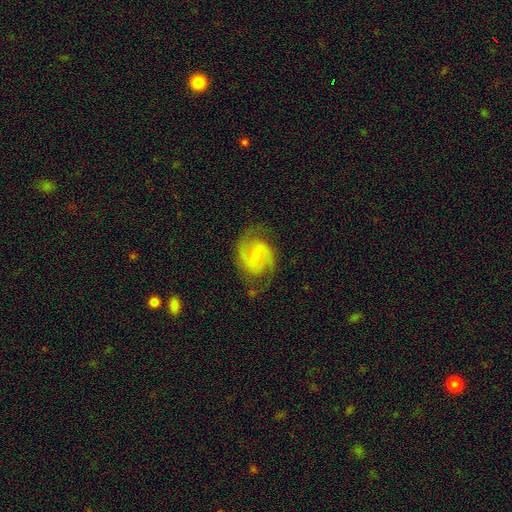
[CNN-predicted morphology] featured or disk 86%, smooth 9%, star or artifact 5%. Down the decision tree: edge-on disk — no (98%); bar — weak (50%); spiral arms — yes (96%); spiral arm count — 2 (90%); spiral winding — medium (58%); bulge size — small (69%); merging — none (75%).